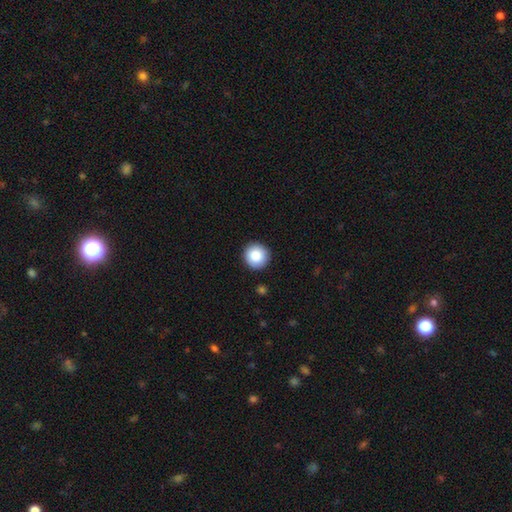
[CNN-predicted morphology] Q: Smooth or featured?
A: smooth (86%); runner-up: star or artifact (8%)
Q: How rounded?
A: round (95%); runner-up: in between (4%)
Q: Merging?
A: none (92%); runner-up: minor disturbance (5%)